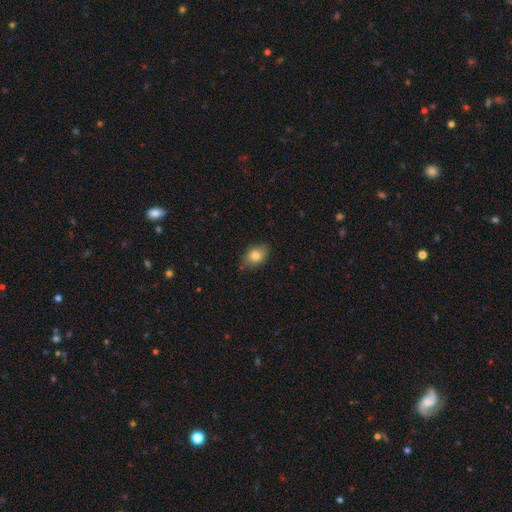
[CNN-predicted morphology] A smooth galaxy with no disk features (82%) that is in between round and cigar-shaped (72%). Merging: none (80%).